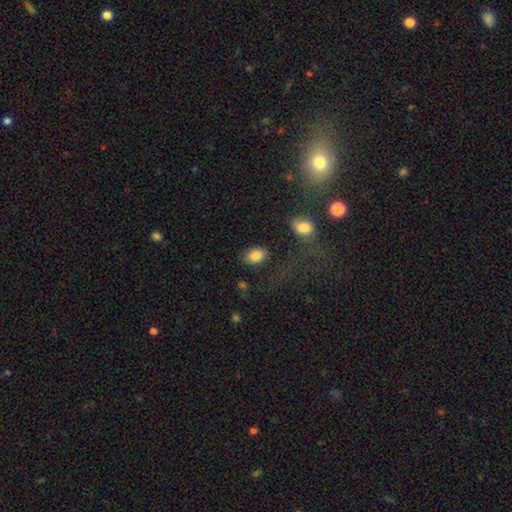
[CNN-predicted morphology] smooth-or-featured: smooth: 85% | star or artifact: 8% | featured or disk: 6%
  how-rounded: in between: 77% | round: 21% | cigar-shaped: 1%
  merging: none: 77% | minor disturbance: 13% | major disturbance: 6% | merger: 4%